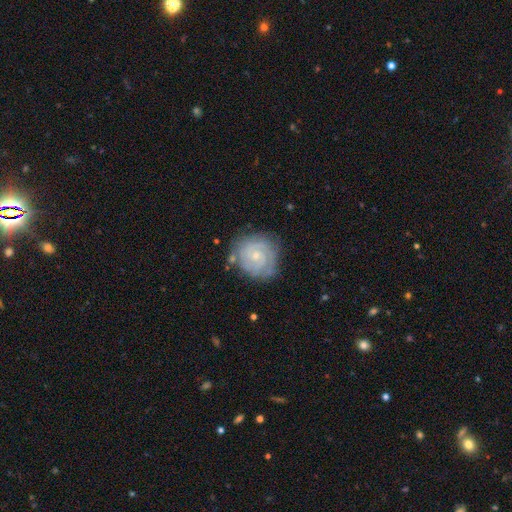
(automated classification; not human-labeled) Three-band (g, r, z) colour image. It shows a featured or disk galaxy (83%) with no bar (68%), 2 (52%) tight (74%) spiral arms (96%) and a small central bulge (71%). Merging: none (76%).